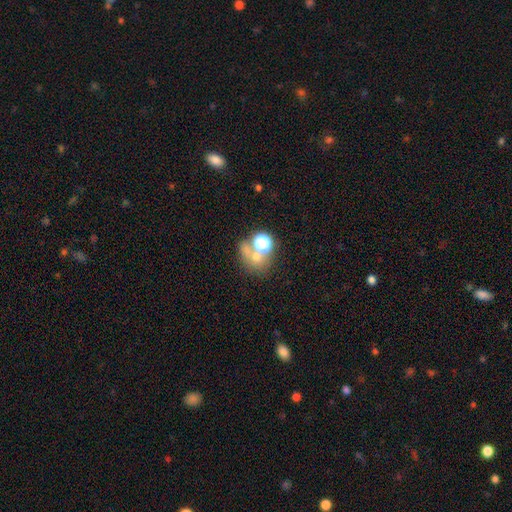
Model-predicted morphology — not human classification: A smooth galaxy with no disk features (49%). Merging: none (46%).